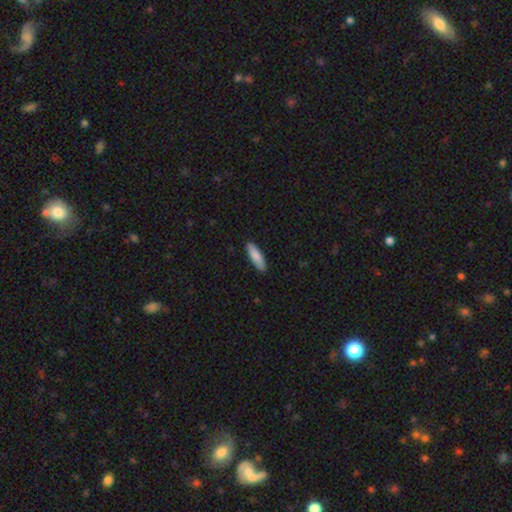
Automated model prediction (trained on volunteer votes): smooth 85%, featured or disk 9%, star or artifact 5%. Down the decision tree: how rounded — cigar-shaped (57%); merging — none (87%).